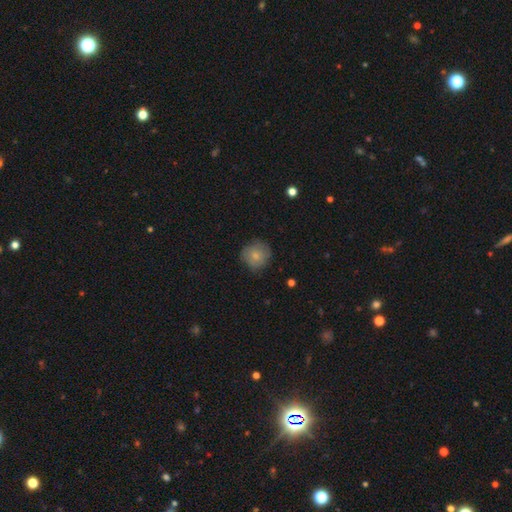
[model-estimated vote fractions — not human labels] smooth 79%, featured or disk 14%, star or artifact 8%. Down the decision tree: how rounded — round (90%); merging — none (78%).